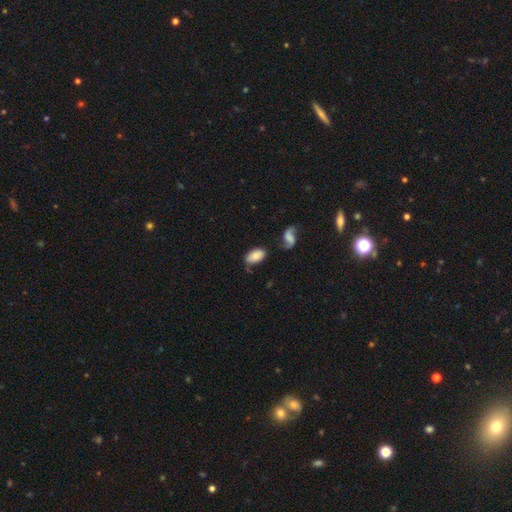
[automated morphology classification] smooth_or_featured: smooth (p=0.79) [alt: featured or disk p=0.13]
how_rounded: in between (p=0.93) [alt: round p=0.05]
merging: none (p=0.60) [alt: minor disturbance p=0.23]